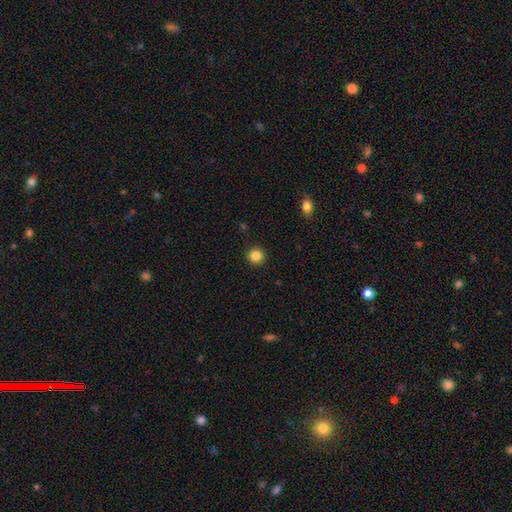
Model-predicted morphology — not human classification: This is clearly a smooth galaxy (85%). How rounded: clearly round (94%). Merging: clearly none (92%).